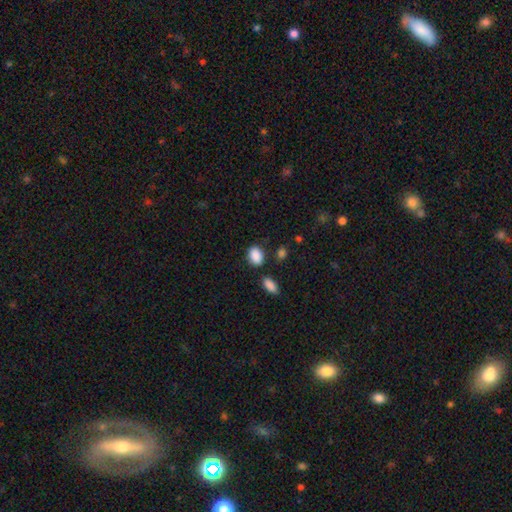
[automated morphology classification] smooth-or-featured: smooth: 89% | star or artifact: 7% | featured or disk: 3%
  how-rounded: in between: 82% | round: 16% | cigar-shaped: 1%
  merging: none: 78% | minor disturbance: 13% | merger: 6% | major disturbance: 3%